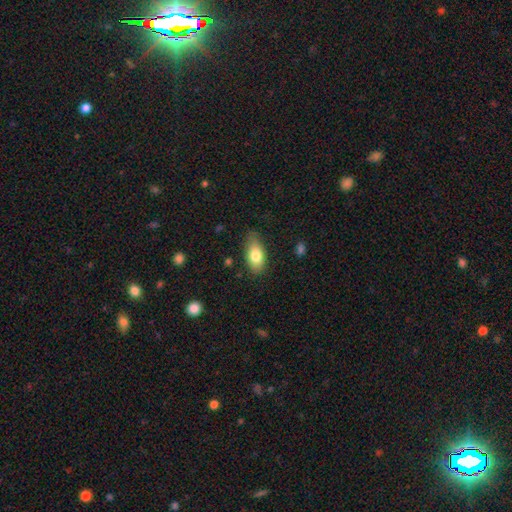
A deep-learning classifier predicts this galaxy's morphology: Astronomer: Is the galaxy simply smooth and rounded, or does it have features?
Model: smooth — 78%.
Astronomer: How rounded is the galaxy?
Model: in between — 87%.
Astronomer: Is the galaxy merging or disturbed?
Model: none — 74%.